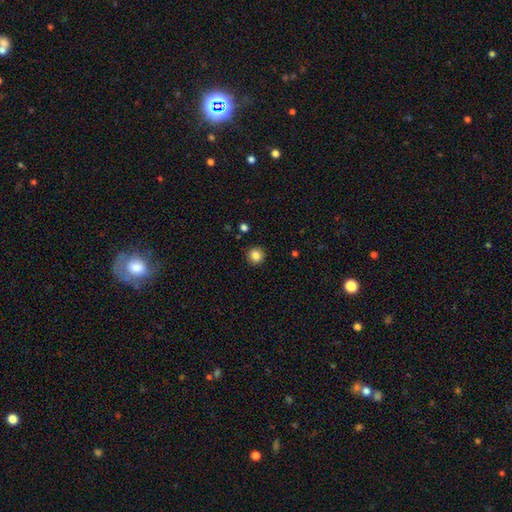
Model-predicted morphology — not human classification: This appears to be a smooth galaxy with no disk features (85%) that is round (95%). Merging: none (92%).